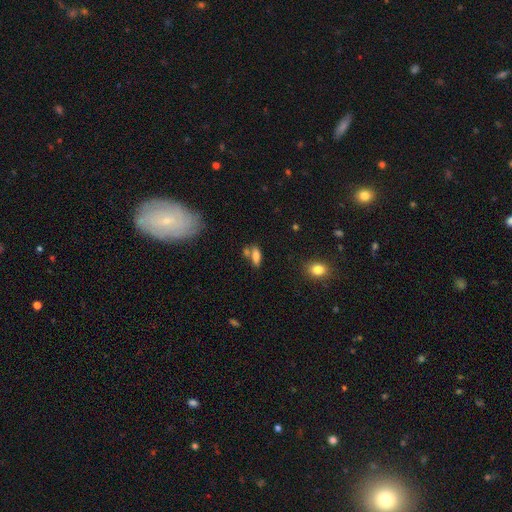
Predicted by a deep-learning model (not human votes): A smooth galaxy with no disk features (77%) that is in between round and cigar-shaped (67%). Merging: none (52%).